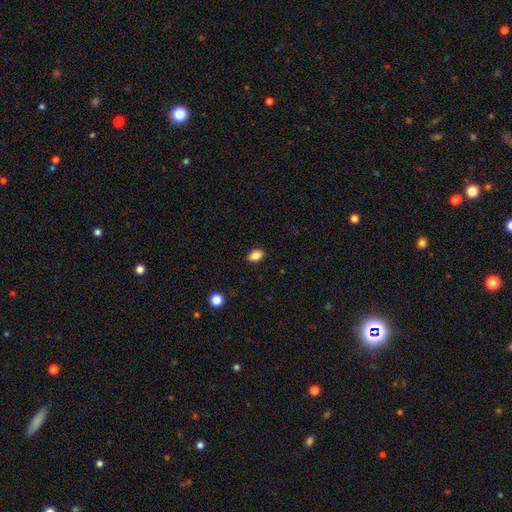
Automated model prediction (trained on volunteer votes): Morphology: type=smooth (86%); roundness=in between (83%); merging=none (88%).